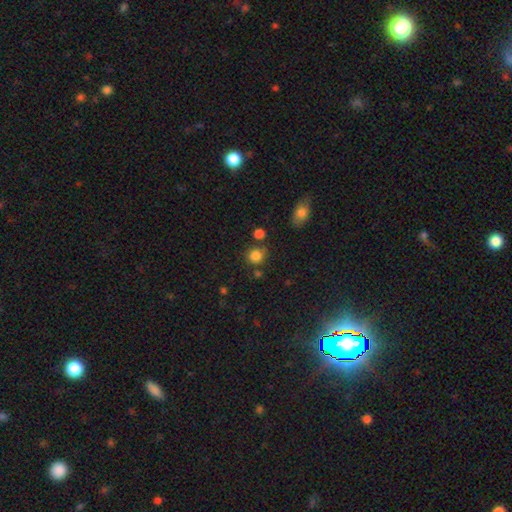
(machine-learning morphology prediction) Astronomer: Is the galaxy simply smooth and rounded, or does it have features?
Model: smooth — 83%.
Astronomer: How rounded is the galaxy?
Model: round — 83%.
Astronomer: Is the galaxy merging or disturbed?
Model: none — 74%.